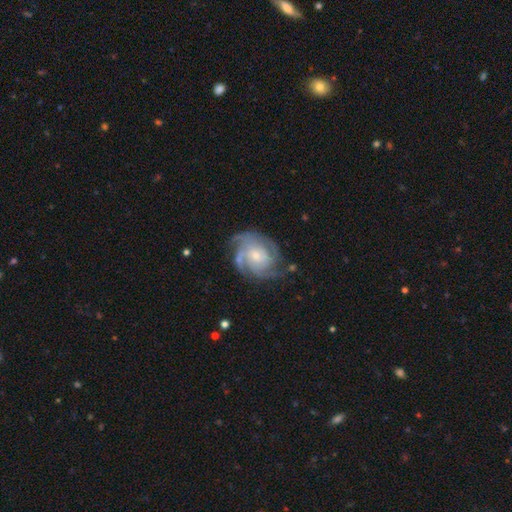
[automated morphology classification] smooth_or_featured: featured or disk (p=0.87) [alt: smooth p=0.08]
disk_edge_on: no (p=0.98) [alt: yes p=0.02]
bar: no (p=0.68) [alt: weak p=0.27]
has_spiral_arms: yes (p=0.97) [alt: no p=0.03]
spiral_winding: tight (p=0.62) [alt: medium p=0.32]
spiral_arm_count: 3 (p=0.32) [alt: 4 p=0.26]
bulge_size: small (p=0.53) [alt: moderate p=0.40]
merging: none (p=0.69) [alt: minor disturbance p=0.20]